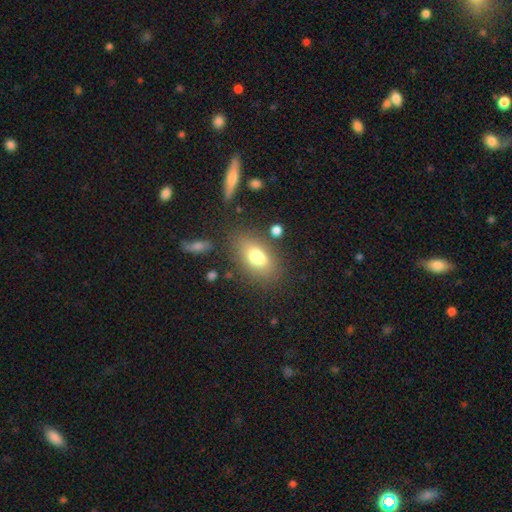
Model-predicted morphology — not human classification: This appears to be a smooth galaxy with no disk features (76%) that is in between round and cigar-shaped (86%). Merging: none (72%).